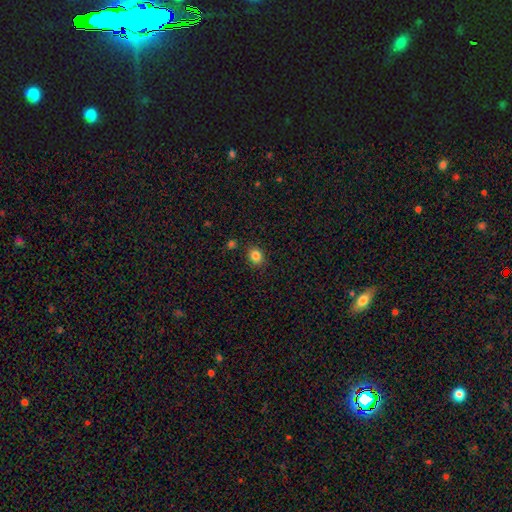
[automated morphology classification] The model was most divided on "how rounded": round: 58%, in between: 41%, cigar-shaped: 1%. More confident: merging — none (84%); smooth or featured — smooth (84%).